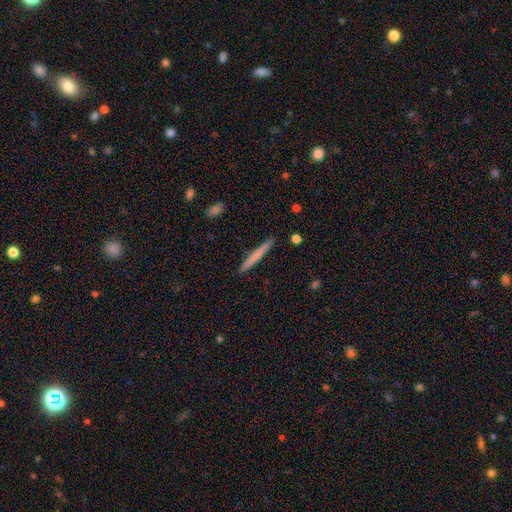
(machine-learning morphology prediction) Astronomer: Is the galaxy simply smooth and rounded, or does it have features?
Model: smooth — 62%.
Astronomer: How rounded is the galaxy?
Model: cigar-shaped — 97%.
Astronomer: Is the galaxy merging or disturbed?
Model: none — 91%.